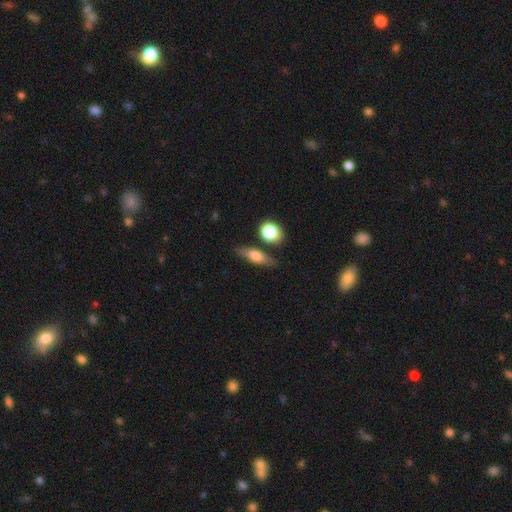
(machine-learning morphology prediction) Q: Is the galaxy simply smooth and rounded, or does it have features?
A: smooth — 59%.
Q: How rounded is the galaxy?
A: in between — 52%.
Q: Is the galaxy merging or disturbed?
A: none — 74%.